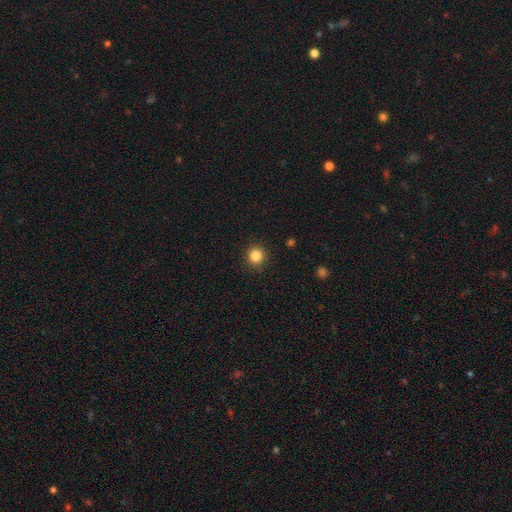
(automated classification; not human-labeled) Q: Smooth or featured?
A: smooth (85%); runner-up: star or artifact (11%)
Q: How rounded?
A: round (91%); runner-up: in between (8%)
Q: Merging?
A: none (91%); runner-up: minor disturbance (6%)